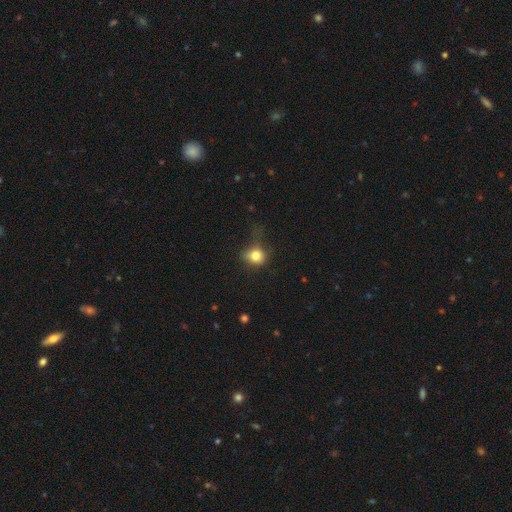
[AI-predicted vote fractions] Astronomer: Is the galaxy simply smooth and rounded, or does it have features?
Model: smooth — 79%.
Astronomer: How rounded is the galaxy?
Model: round — 66%.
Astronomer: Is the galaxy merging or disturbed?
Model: none — 43% (runner-up: minor disturbance, 32%).